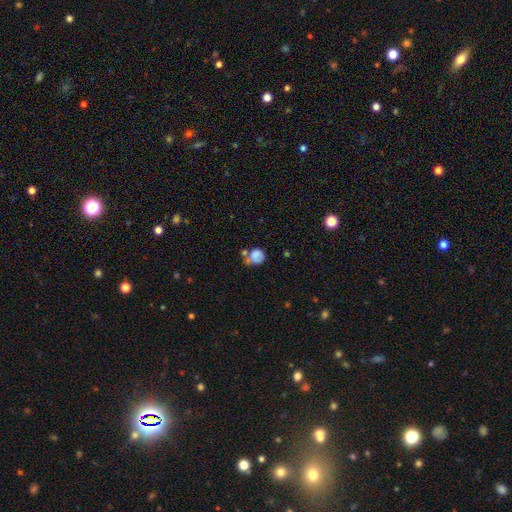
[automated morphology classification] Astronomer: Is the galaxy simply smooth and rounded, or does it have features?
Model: smooth — 80%.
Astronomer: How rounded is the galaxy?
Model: round — 74%.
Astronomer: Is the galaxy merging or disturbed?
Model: none — 40% (runner-up: merger, 25%).